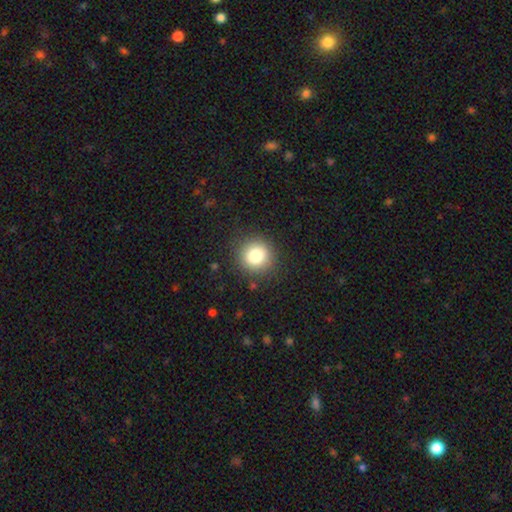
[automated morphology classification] Smooth or featured: smooth — 80% (star or artifact — 12%)
How rounded: round — 92% (in between — 7%)
Merging: none — 89% (minor disturbance — 7%)